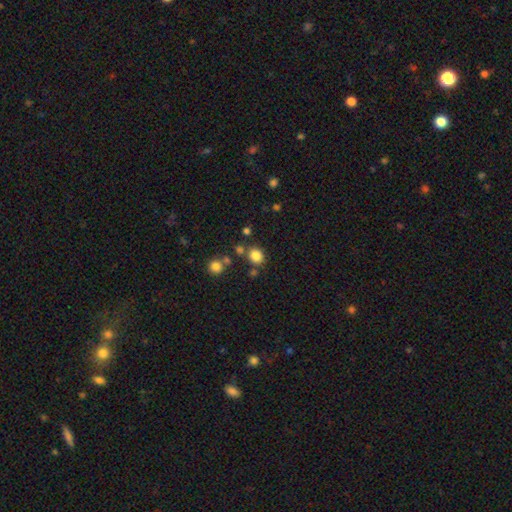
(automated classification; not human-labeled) The model was most divided on "how rounded": round: 74%, in between: 25%, cigar-shaped: 1%. More confident: smooth or featured — smooth (82%); merging — none (76%).